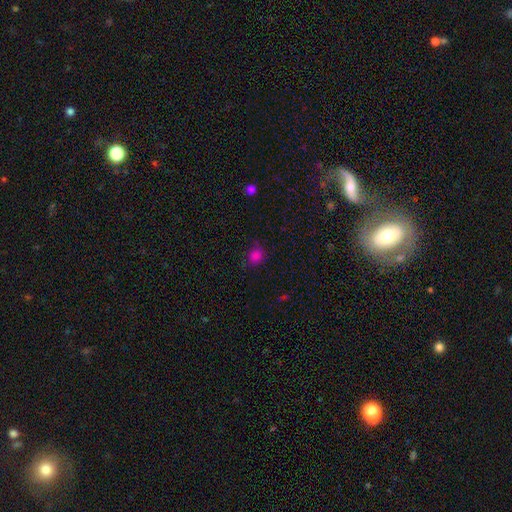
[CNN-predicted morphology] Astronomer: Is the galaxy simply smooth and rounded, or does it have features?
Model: smooth — 79%.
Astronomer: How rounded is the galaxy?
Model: round — 74%.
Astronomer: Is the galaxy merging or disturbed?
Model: none — 73%.